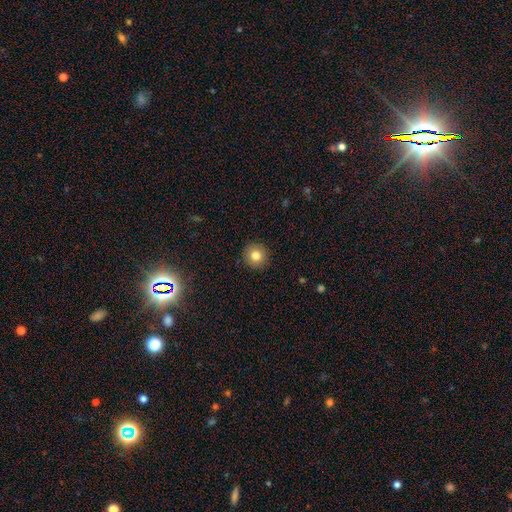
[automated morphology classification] This appears to be a smooth galaxy with no disk features (81%) that is round (94%). Merging: none (92%).